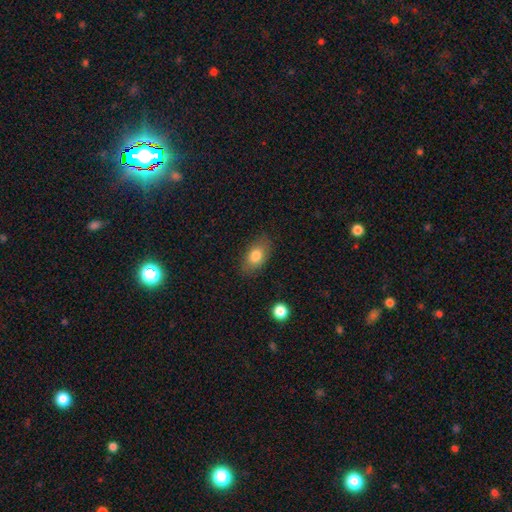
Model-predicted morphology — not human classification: Smooth or featured: smooth — 79% (featured or disk — 13%)
How rounded: in between — 88% (round — 9%)
Merging: none — 83% (minor disturbance — 13%)